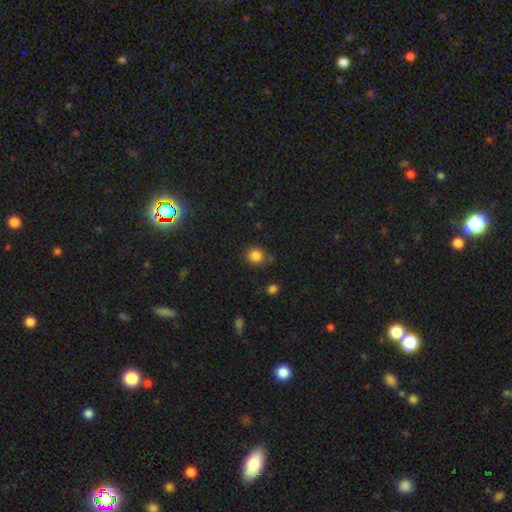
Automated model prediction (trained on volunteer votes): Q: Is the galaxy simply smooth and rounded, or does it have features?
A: smooth — 84%.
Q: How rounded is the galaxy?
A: round — 87%.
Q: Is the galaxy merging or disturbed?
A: none — 78%.